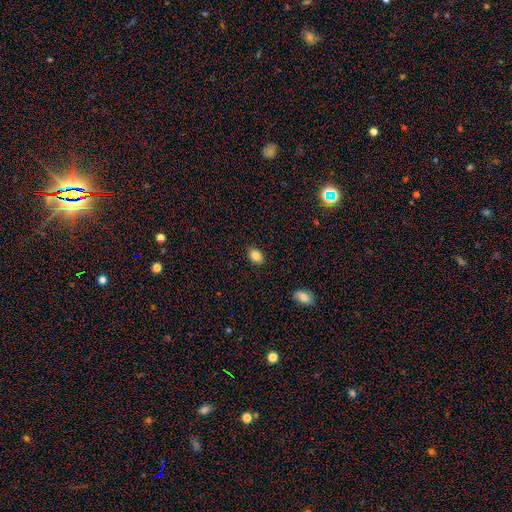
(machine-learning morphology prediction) Smooth or featured: smooth — 84% (star or artifact — 9%)
How rounded: in between — 78% (round — 20%)
Merging: none — 88% (minor disturbance — 9%)